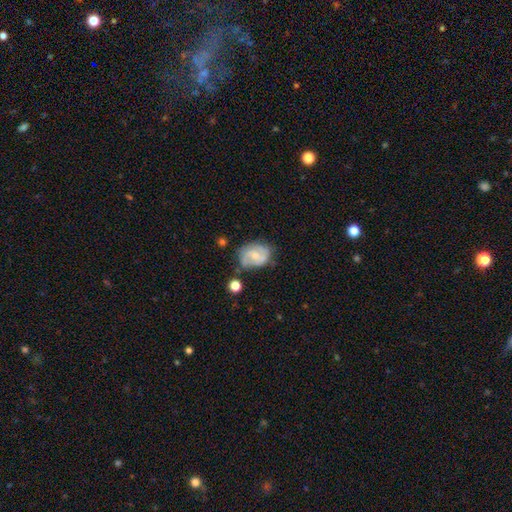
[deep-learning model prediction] smooth-or-featured: featured or disk: 70% | smooth: 23% | star or artifact: 7%
  disk-edge-on: no: 98% | yes: 2%
    bar: no: 53% | weak: 40% | strong: 7%
    has-spiral-arms: yes: 90% | no: 10%
      spiral-winding: medium: 47% | tight: 34% | loose: 19%
      spiral-arm-count: 2: 65% | can't tell: 16% | 3: 12% | 1: 3% | 4: 2% | more than 4: 2%
    bulge-size: small: 57% | moderate: 36% | none: 4% | large: 1% | dominant: 1%
  merging: none: 59% | minor disturbance: 27% | major disturbance: 10% | merger: 4%